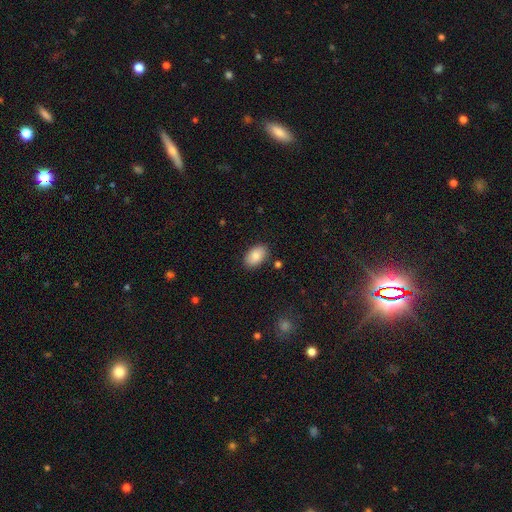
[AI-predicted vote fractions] Smooth or featured: smooth — 86% (featured or disk — 7%)
How rounded: in between — 93% (round — 6%)
Merging: none — 85% (minor disturbance — 10%)